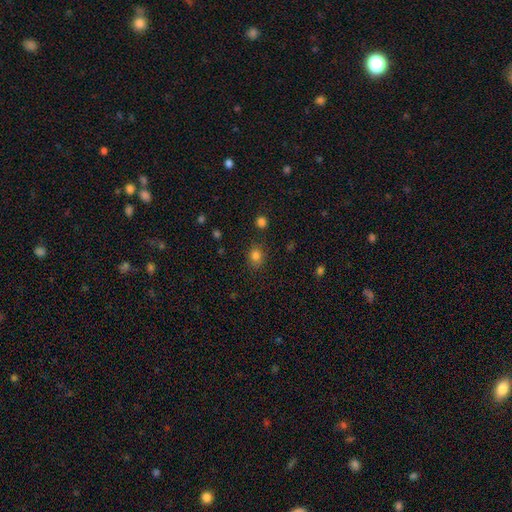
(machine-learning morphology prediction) A smooth galaxy with no disk features (81%) that is round (67%).

Vote fractions:
- Smooth or featured? smooth: 81% / star or artifact: 13% / featured or disk: 6%
- How rounded? round: 67% / in between: 32% / cigar-shaped: 1%
- Merging? none: 84% / minor disturbance: 10% / major disturbance: 3% / merger: 3%